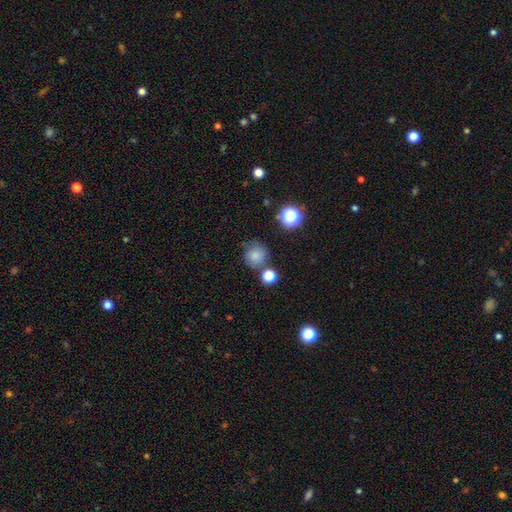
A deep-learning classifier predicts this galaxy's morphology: A smooth galaxy with no disk features (79%) that is round (90%). Merging: none (70%).